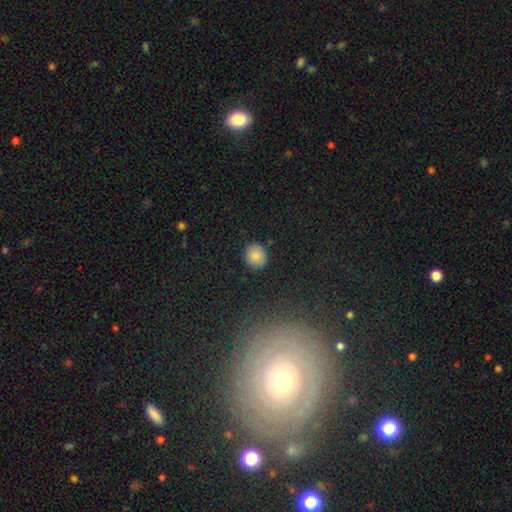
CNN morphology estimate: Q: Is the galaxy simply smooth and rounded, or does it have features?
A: smooth — 85%.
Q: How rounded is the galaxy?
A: round — 83%.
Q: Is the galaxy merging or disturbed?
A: none — 87%.